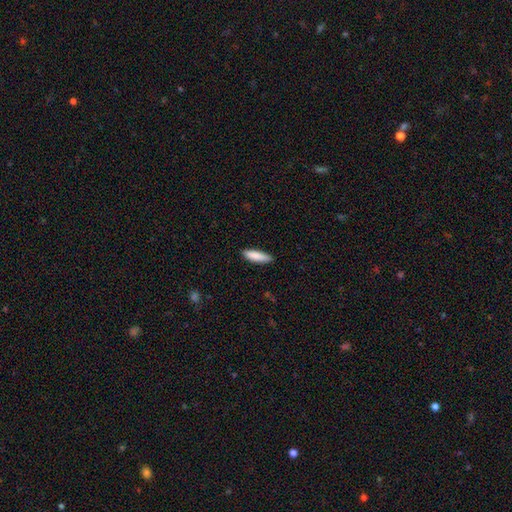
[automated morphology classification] Q: Smooth or featured?
A: smooth (87%); runner-up: featured or disk (8%)
Q: How rounded?
A: cigar-shaped (61%); runner-up: in between (38%)
Q: Merging?
A: none (85%); runner-up: minor disturbance (12%)